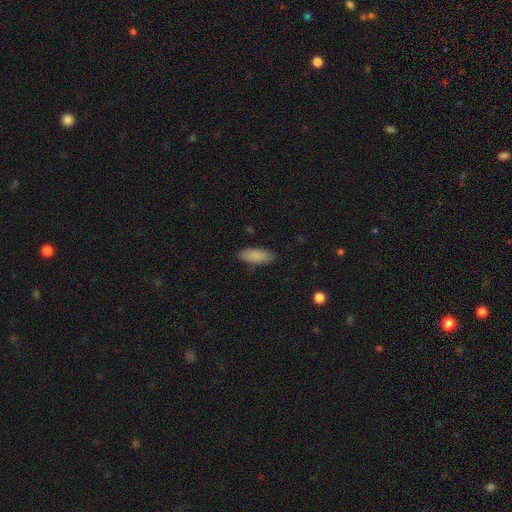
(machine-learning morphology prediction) type=smooth (88%); roundness=in between (75%); merging=none (85%).